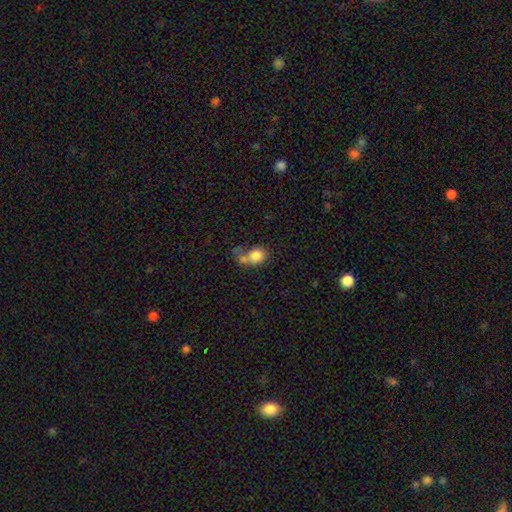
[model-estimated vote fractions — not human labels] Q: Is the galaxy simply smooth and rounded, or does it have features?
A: smooth — 79%.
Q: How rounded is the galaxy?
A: round — 62%.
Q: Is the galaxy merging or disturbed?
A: merger — 43%.